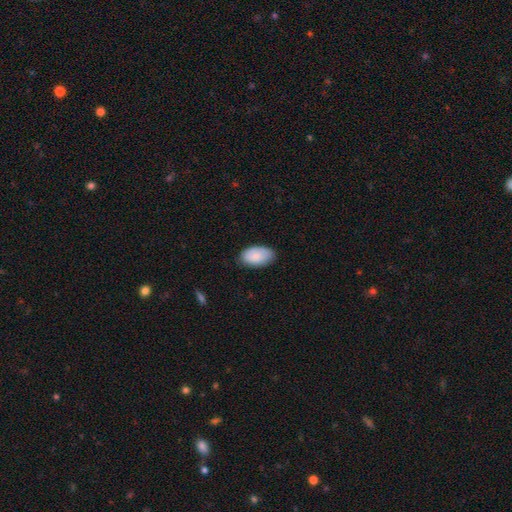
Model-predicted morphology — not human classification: Overall: smooth (85%). How rounded: in between (95%). Merging: none (80%).